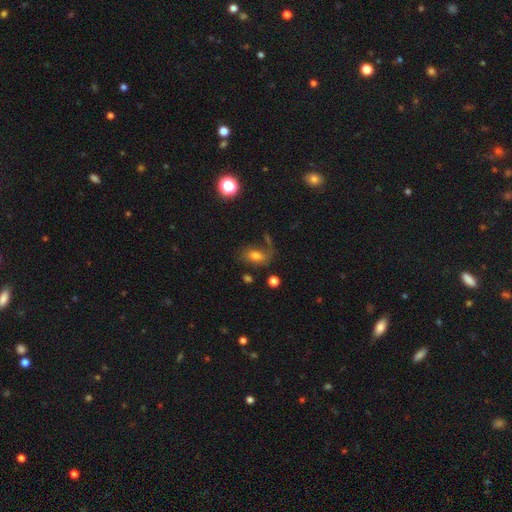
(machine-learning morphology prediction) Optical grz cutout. It shows a smooth galaxy with no disk features (58%) that is in between round and cigar-shaped (82%). Merging: none (52%).